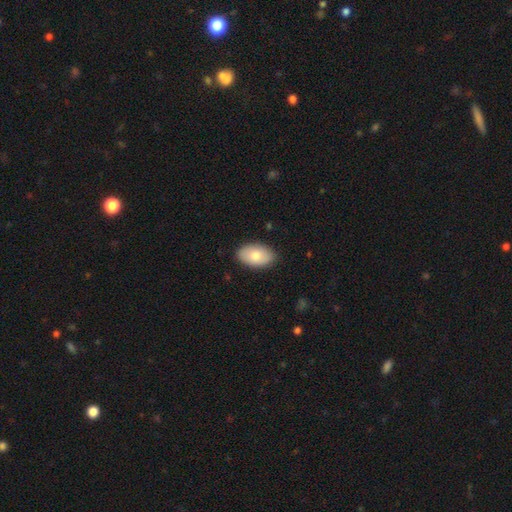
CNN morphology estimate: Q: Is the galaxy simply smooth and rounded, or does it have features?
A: smooth — 79%.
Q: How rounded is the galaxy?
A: in between — 94%.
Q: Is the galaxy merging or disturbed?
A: none — 87%.